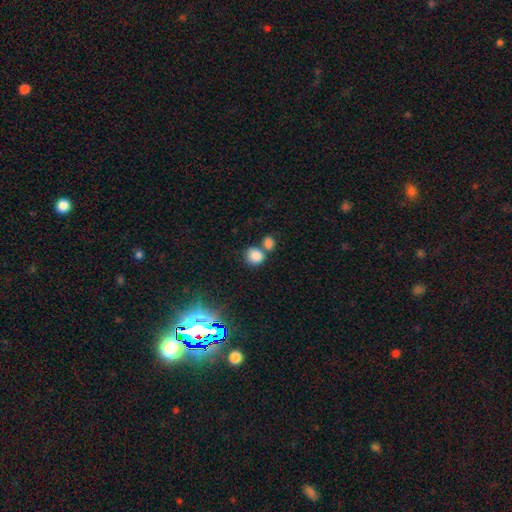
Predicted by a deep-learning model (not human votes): Smooth or featured? smooth (83%)
How rounded? round (74%)
Merging? none (47%)